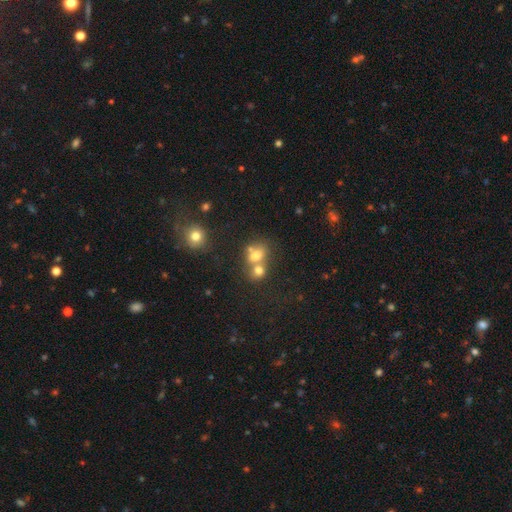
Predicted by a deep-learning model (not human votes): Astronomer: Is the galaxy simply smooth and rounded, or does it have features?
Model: smooth — 69%.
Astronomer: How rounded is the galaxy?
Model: round — 52% (runner-up: in between, 47%).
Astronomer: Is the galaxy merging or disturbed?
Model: merger — 61%.